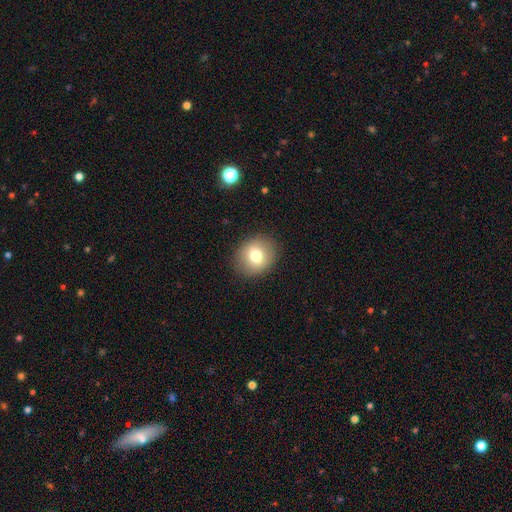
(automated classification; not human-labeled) Smooth or featured?
  - smooth: 75% *
  - featured or disk: 16%
  - star or artifact: 10%
How rounded?
  - round: 71% *
  - in between: 28%
  - cigar-shaped: 1%
Merging?
  - none: 89% *
  - minor disturbance: 7%
  - major disturbance: 3%
  - merger: 1%